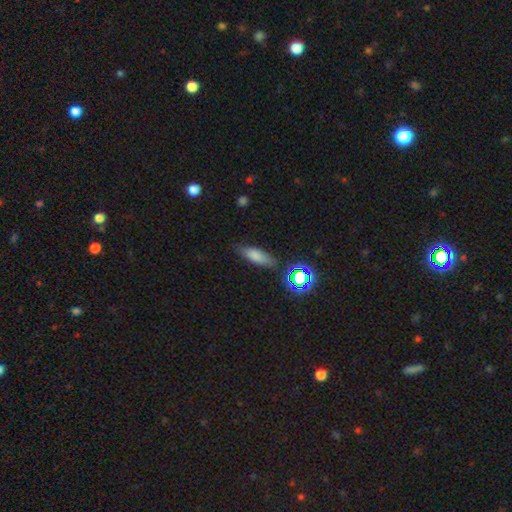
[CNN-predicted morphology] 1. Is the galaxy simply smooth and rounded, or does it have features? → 74% smooth, 13% featured or disk, 13% star or artifact.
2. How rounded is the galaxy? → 56% in between, 41% cigar-shaped, 4% round.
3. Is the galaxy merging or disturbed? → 79% none, 14% minor disturbance, 4% major disturbance, 3% merger.